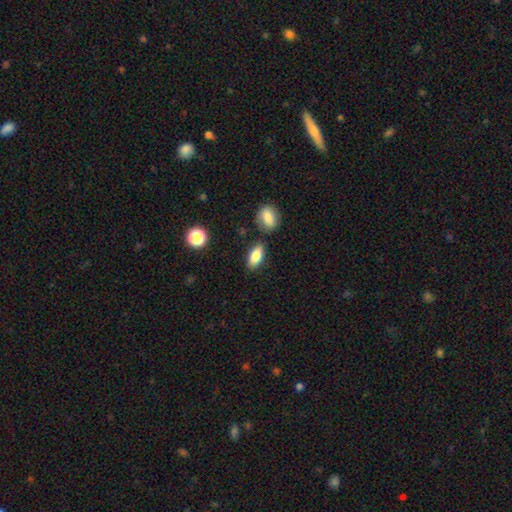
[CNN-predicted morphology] A smooth galaxy with no disk features (82%) that is in between round and cigar-shaped (85%).

Vote fractions:
- Smooth or featured? smooth: 82% / featured or disk: 10% / star or artifact: 7%
- How rounded? in between: 85% / cigar-shaped: 11% / round: 4%
- Merging? none: 79% / minor disturbance: 11% / merger: 7% / major disturbance: 3%